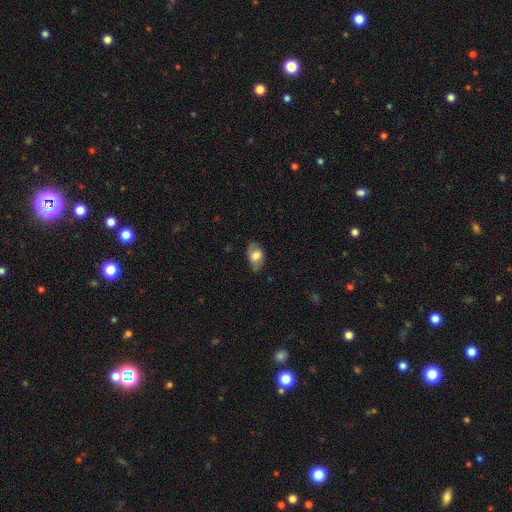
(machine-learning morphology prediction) smooth-or-featured: smooth: 67% | featured or disk: 26% | star or artifact: 7%
  how-rounded: in between: 88% | round: 10% | cigar-shaped: 2%
  merging: none: 74% | minor disturbance: 20% | major disturbance: 5% | merger: 1%